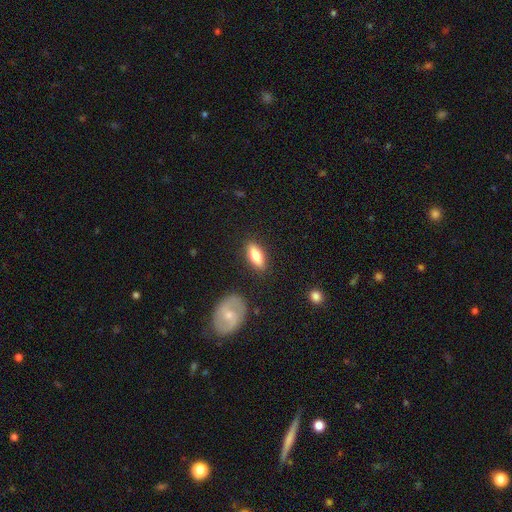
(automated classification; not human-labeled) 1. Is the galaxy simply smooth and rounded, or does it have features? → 69% smooth, 25% featured or disk, 6% star or artifact.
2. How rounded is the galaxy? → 72% in between, 25% cigar-shaped, 3% round.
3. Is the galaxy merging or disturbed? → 85% none, 10% minor disturbance, 3% major disturbance, 2% merger.